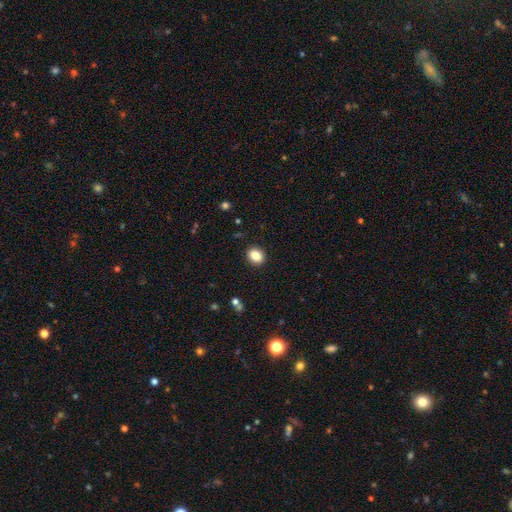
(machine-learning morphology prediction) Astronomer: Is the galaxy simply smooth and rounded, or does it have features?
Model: smooth — 84%.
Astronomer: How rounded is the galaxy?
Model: round — 62% (runner-up: in between, 37%).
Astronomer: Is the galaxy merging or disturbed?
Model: none — 91%.